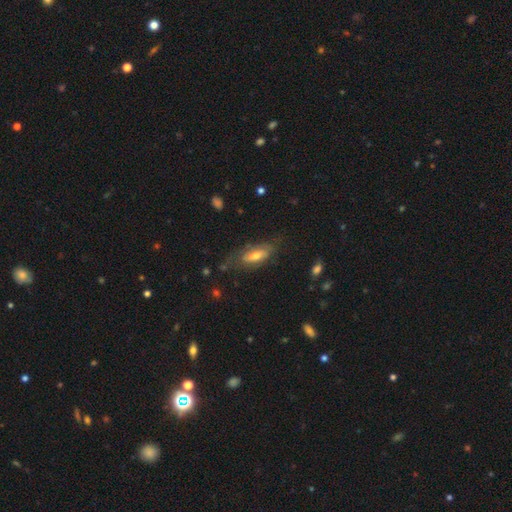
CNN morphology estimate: The model was most divided on "smooth or featured": smooth: 48%, featured or disk: 45%, star or artifact: 7%. More confident: merging — none (62%).